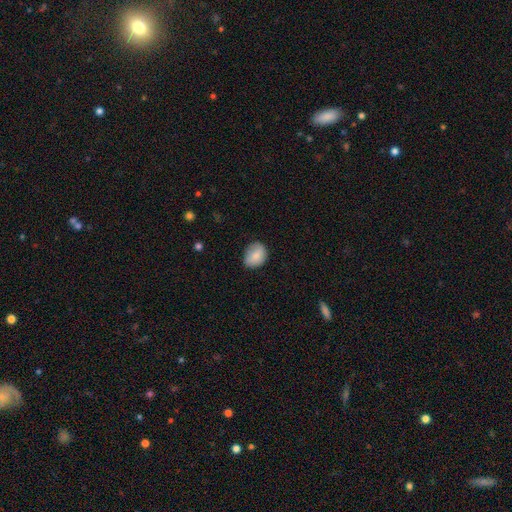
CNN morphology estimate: smooth 83%, featured or disk 10%, star or artifact 8%. Down the decision tree: how rounded — round (52%); merging — none (72%).